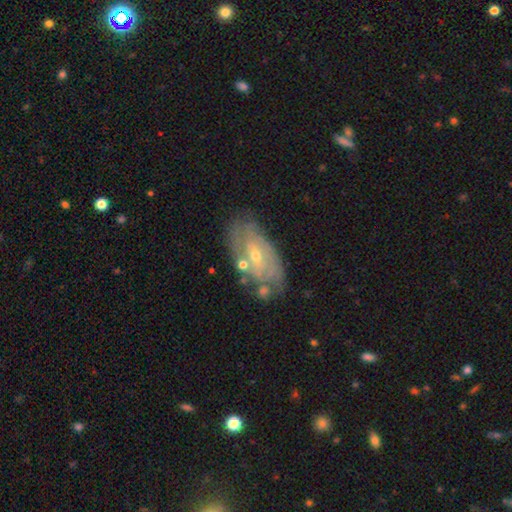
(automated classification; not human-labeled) This appears to be a featured or disk galaxy (75%) with no bar (50%), tight (63%) spiral arms (77%) and a small central bulge (61%). Merging: none (66%).